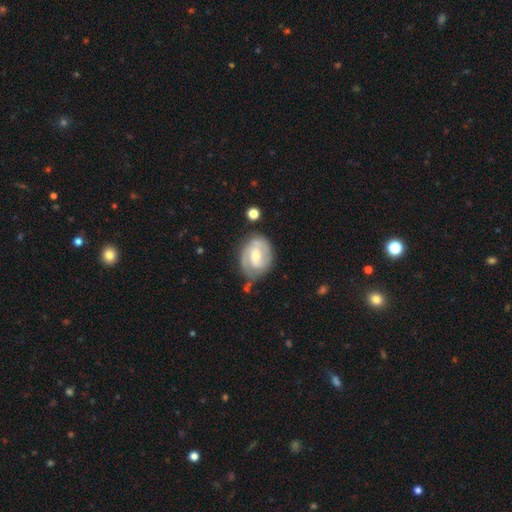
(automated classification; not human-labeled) Q: Smooth or featured?
A: featured or disk (74%); runner-up: smooth (20%)
Q: Edge-on disk?
A: no (97%); runner-up: yes (3%)
Q: Bar?
A: weak (45%); runner-up: no (41%)
Q: Spiral arms?
A: yes (88%); runner-up: no (12%)
Q: Spiral winding?
A: tight (45%); runner-up: medium (41%)
Q: Spiral arm count?
A: 2 (66%); runner-up: can't tell (18%)
Q: Bulge size?
A: moderate (57%); runner-up: small (38%)
Q: Merging?
A: none (61%); runner-up: minor disturbance (25%)